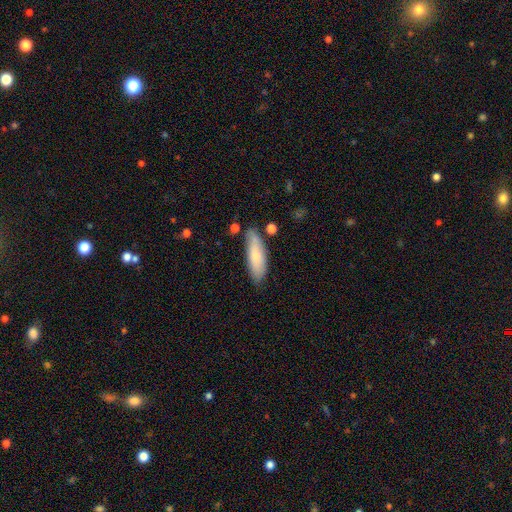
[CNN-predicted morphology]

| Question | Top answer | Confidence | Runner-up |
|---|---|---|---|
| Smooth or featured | smooth | 73% | featured or disk (21%) |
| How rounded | in between | 51% | cigar-shaped (47%) |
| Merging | none | 77% | minor disturbance (17%) |